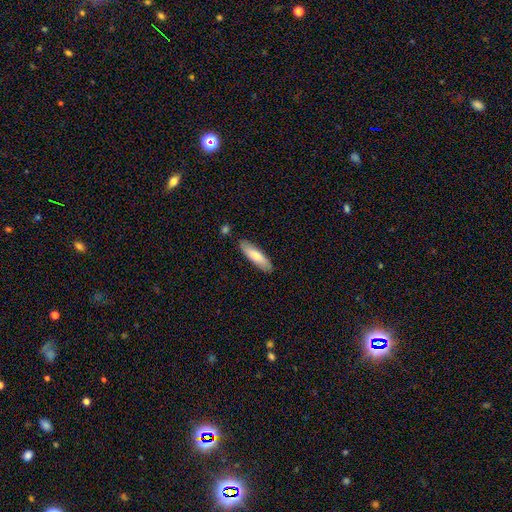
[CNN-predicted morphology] This appears to be a smooth galaxy with no disk features (74%) that is cigar-shaped (64%). Merging: none (85%).